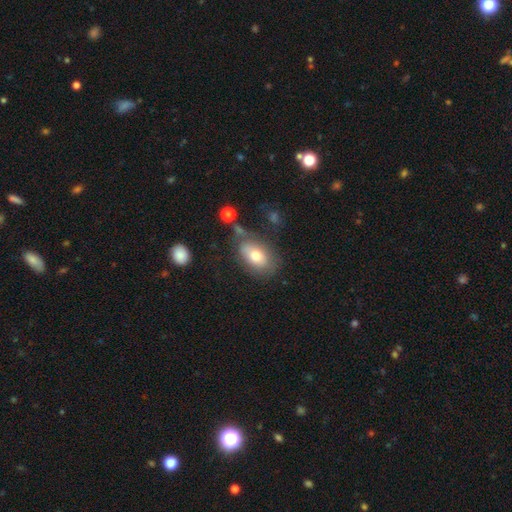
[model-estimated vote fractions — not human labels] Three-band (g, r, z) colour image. It shows a smooth galaxy with no disk features (73%) that is in between round and cigar-shaped (87%). Merging: none (59%).